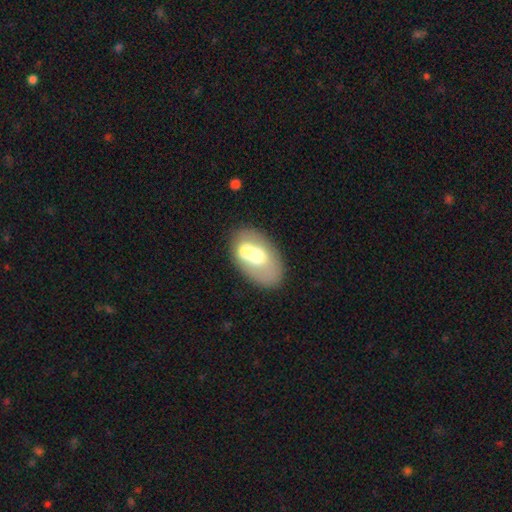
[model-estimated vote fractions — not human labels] This appears to be a smooth galaxy with no disk features (56%) that is in between round and cigar-shaped (84%). Merging: none (44%).